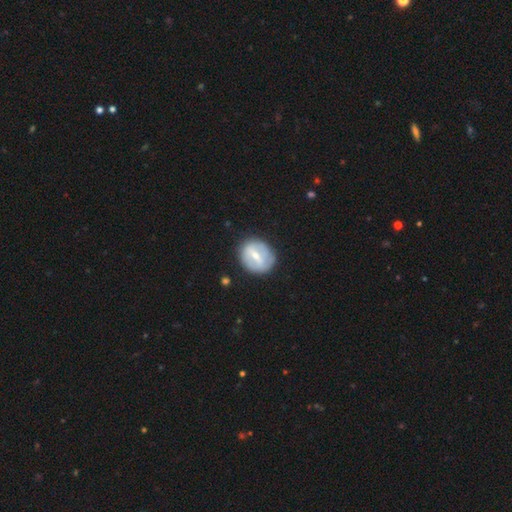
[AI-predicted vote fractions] smooth-or-featured: featured or disk: 58% | smooth: 36% | star or artifact: 6%
  disk-edge-on: no: 93% | yes: 7%
    bar: strong: 54% | weak: 36% | no: 10%
    has-spiral-arms: no: 72% | yes: 28%
    bulge-size: small: 51% | moderate: 43% | none: 3% | large: 3% | dominant: 1%
  merging: none: 80% | minor disturbance: 14% | major disturbance: 4% | merger: 2%